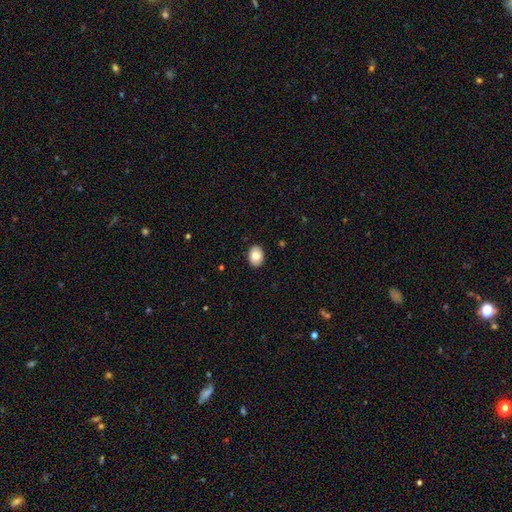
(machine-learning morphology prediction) The model was most divided on "how rounded": in between: 73%, round: 26%, cigar-shaped: 1%. More confident: merging — none (89%); smooth or featured — smooth (80%).